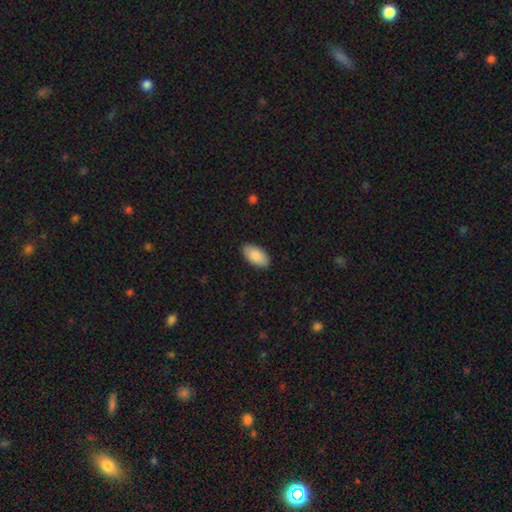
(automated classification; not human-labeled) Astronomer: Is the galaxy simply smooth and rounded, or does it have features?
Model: smooth — 89%.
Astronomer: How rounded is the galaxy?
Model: in between — 95%.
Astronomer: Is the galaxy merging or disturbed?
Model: none — 88%.